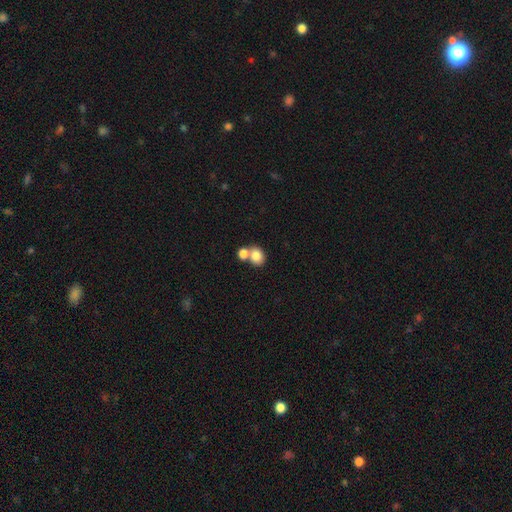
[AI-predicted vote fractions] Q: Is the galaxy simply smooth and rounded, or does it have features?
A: smooth — 81%.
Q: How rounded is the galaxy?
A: round — 55%.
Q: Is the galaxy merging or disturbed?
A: merger — 50%.